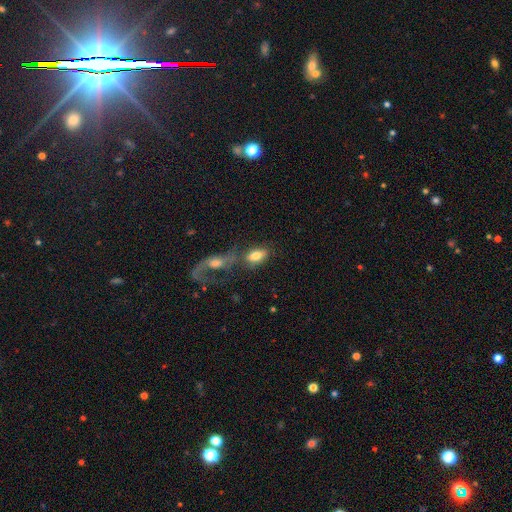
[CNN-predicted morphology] Q: Smooth or featured?
A: smooth (72%); runner-up: featured or disk (21%)
Q: How rounded?
A: in between (91%); runner-up: round (5%)
Q: Merging?
A: none (42%); runner-up: merger (37%)